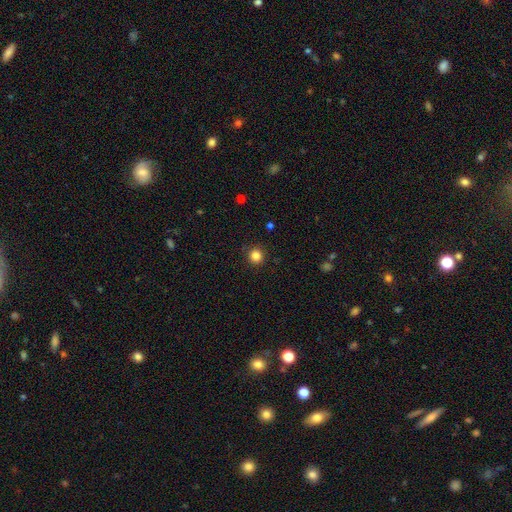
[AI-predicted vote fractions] smooth_or_featured: smooth (p=0.84) [alt: star or artifact p=0.12]
how_rounded: round (p=0.94) [alt: in between p=0.05]
merging: none (p=0.90) [alt: minor disturbance p=0.06]